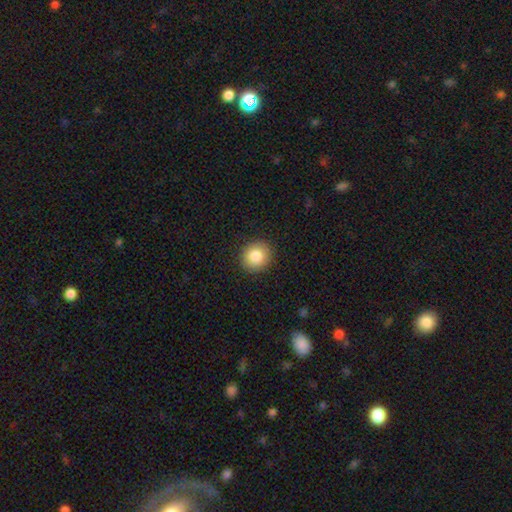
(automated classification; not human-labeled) The model was most divided on "how rounded": round: 83%, in between: 16%, cigar-shaped: 1%. More confident: merging — none (91%); smooth or featured — smooth (85%).